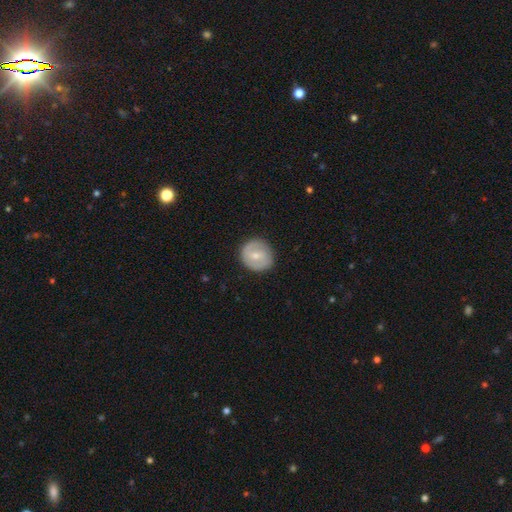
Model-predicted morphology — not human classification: Smooth or featured? featured or disk (49%)
Merging? none (85%)